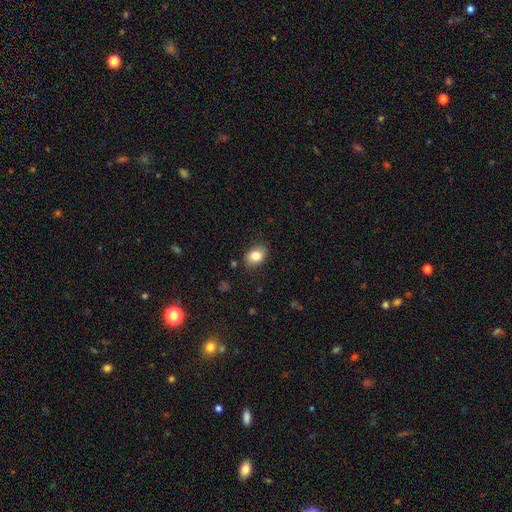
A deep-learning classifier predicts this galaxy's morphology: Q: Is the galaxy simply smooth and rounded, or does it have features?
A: smooth — 82%.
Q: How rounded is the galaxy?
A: in between — 72%.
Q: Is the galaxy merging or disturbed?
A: none — 84%.